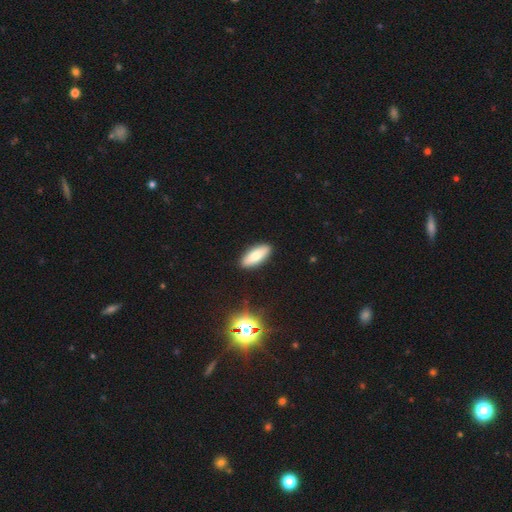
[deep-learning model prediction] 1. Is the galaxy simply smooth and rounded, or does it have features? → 76% smooth, 16% featured or disk, 8% star or artifact.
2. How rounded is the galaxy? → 75% in between, 23% cigar-shaped, 2% round.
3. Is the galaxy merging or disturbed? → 89% none, 8% minor disturbance, 2% major disturbance, 1% merger.